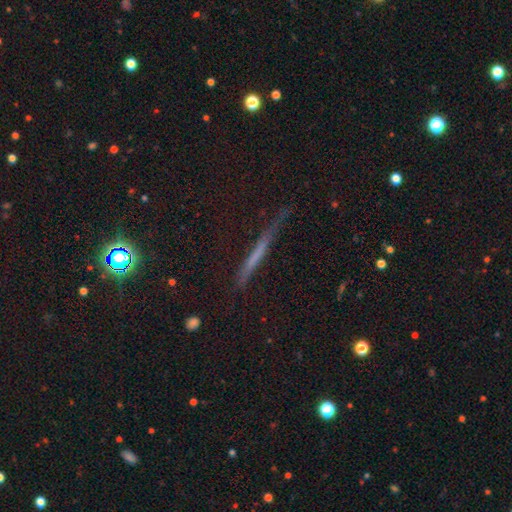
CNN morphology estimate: Smooth or featured? Predicted: smooth (p=0.46). Merging? Predicted: none (p=0.72).